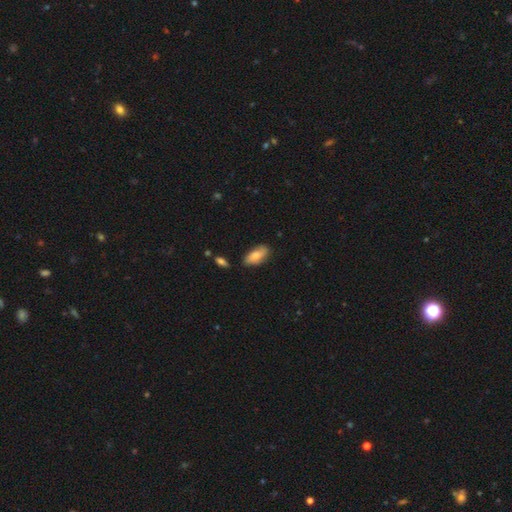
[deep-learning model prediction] This appears to be a smooth galaxy with no disk features (78%) that is in between round and cigar-shaped (88%). Merging: none (73%).